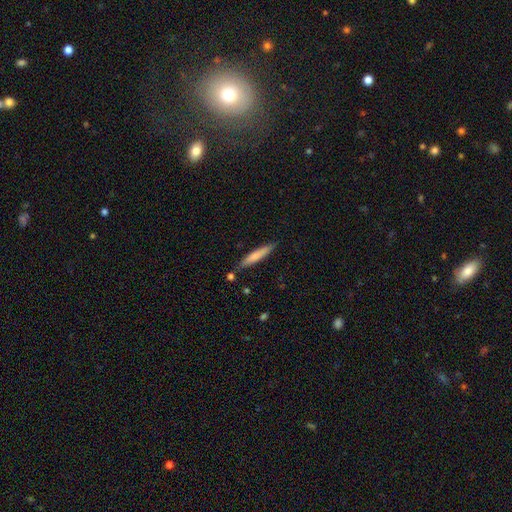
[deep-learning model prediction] smooth_or_featured: smooth (p=0.70) [alt: featured or disk p=0.25]
how_rounded: cigar-shaped (p=0.92) [alt: in between p=0.07]
merging: none (p=0.82) [alt: minor disturbance p=0.12]